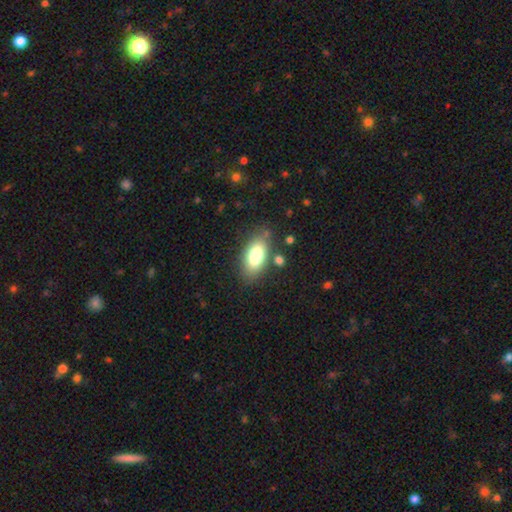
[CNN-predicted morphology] smooth_or_featured: smooth (p=0.79) [alt: featured or disk p=0.13]
how_rounded: in between (p=0.90) [alt: cigar-shaped p=0.06]
merging: none (p=0.79) [alt: minor disturbance p=0.13]